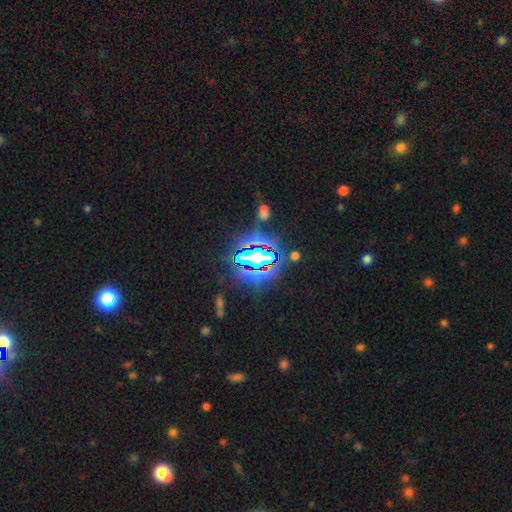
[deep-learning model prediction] smooth-or-featured: star or artifact: 74% | smooth: 15% | featured or disk: 11%